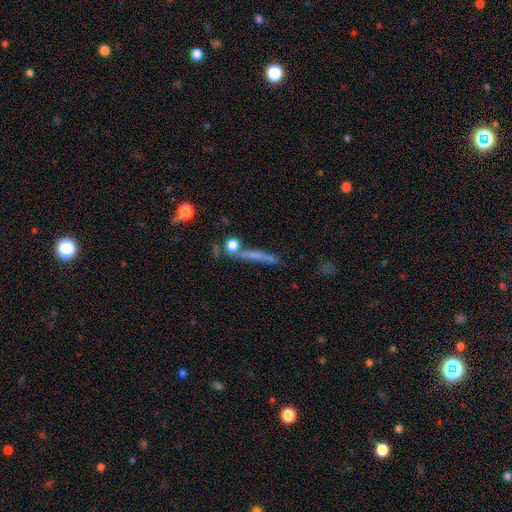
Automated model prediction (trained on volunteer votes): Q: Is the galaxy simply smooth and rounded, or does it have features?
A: smooth — 49%.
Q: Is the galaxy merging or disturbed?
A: none — 66%.